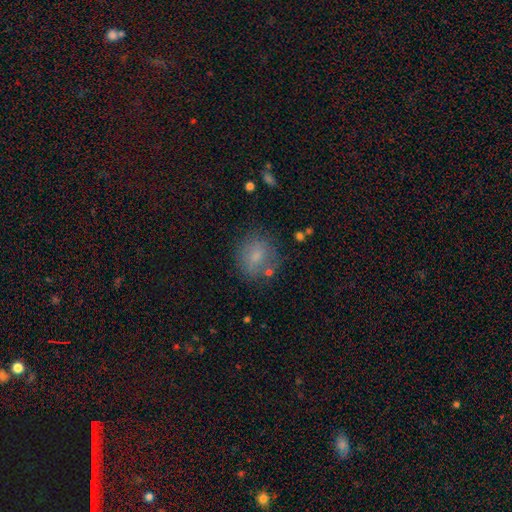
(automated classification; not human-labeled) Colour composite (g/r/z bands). It shows a smooth galaxy with no disk features (73%) that is round (70%). Merging: none (73%).